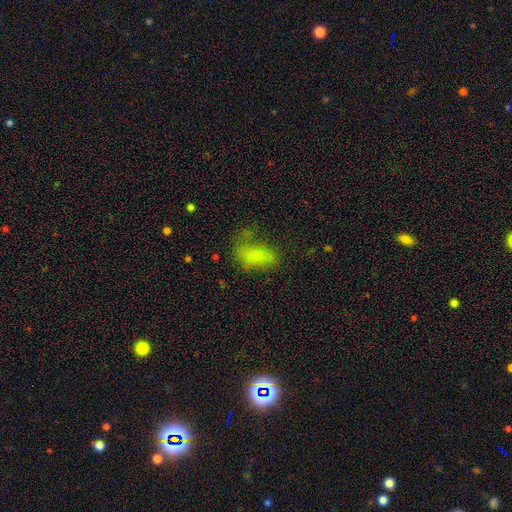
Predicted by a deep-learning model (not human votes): Overall: smooth (70%). How rounded: in between (87%). Merging: none (38%; major disturbance 30%).